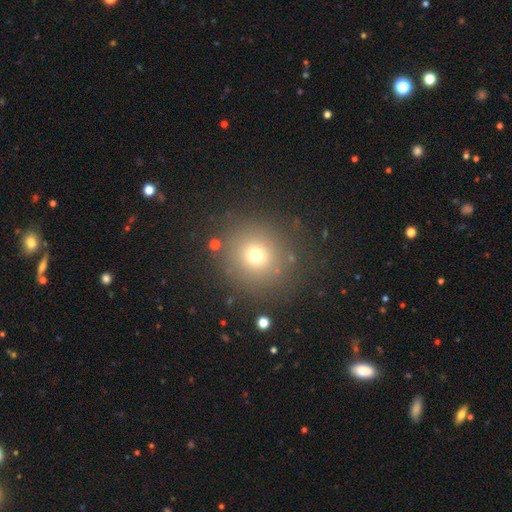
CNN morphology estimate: Smooth or featured? smooth (70%)
How rounded? round (91%)
Merging? none (84%)